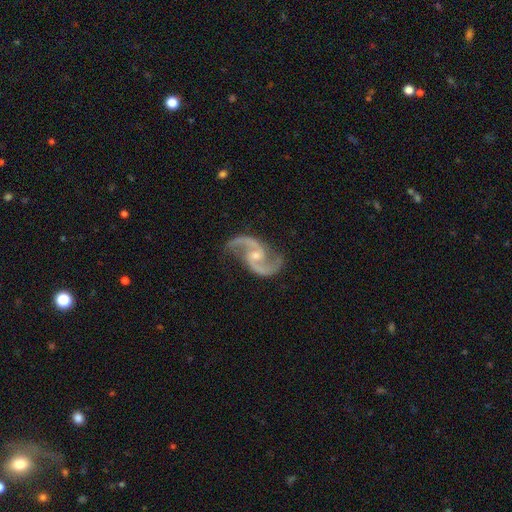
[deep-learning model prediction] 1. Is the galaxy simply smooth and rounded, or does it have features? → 94% featured or disk, 4% star or artifact, 2% smooth.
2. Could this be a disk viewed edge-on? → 98% no, 2% yes.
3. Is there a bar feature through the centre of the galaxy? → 49% no, 39% weak, 12% strong.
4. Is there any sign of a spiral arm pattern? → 98% yes, 2% no.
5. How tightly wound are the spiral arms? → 47% loose, 45% medium, 8% tight.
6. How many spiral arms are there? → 95% 2, 1% can't tell, 1% 3, 1% 1, 1% 4, 1% more than 4.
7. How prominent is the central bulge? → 60% small, 35% moderate, 3% none, 1% large, 1% dominant.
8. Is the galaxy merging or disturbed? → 79% none, 14% minor disturbance, 5% major disturbance, 2% merger.